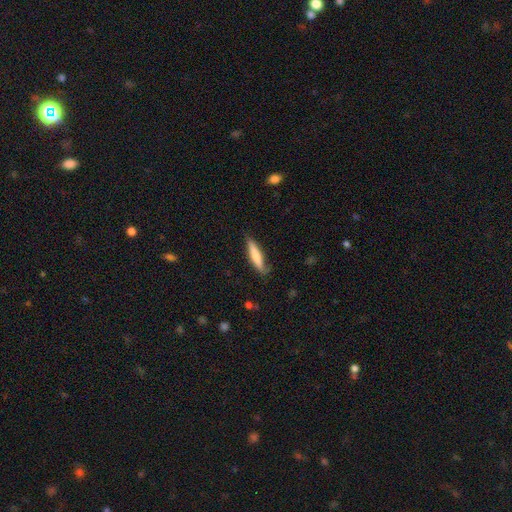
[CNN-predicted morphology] The model was most divided on "smooth or featured": smooth: 70%, featured or disk: 24%, star or artifact: 6%. More confident: how rounded — cigar-shaped (84%); merging — none (77%).